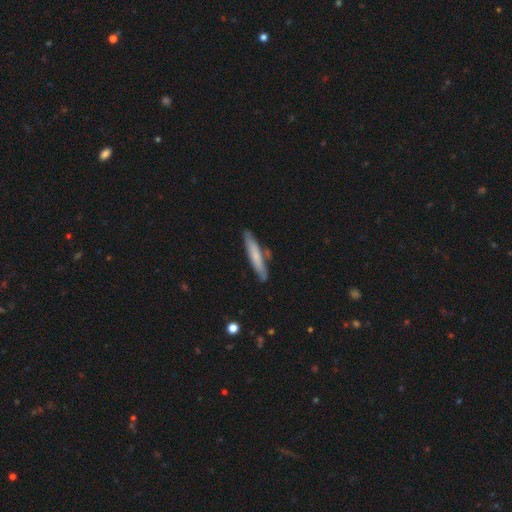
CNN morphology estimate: Smooth or featured? smooth (63%)
How rounded? cigar-shaped (91%)
Merging? none (80%)